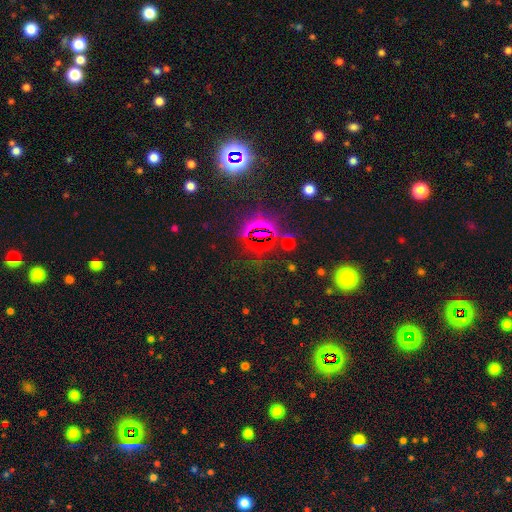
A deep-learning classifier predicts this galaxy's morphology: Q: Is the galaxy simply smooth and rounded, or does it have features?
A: star or artifact — 75%.